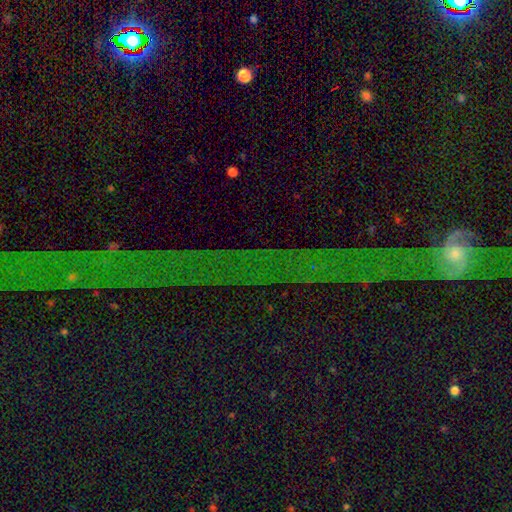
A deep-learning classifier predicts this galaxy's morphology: Q: Smooth or featured?
A: star or artifact (70%); runner-up: featured or disk (18%)